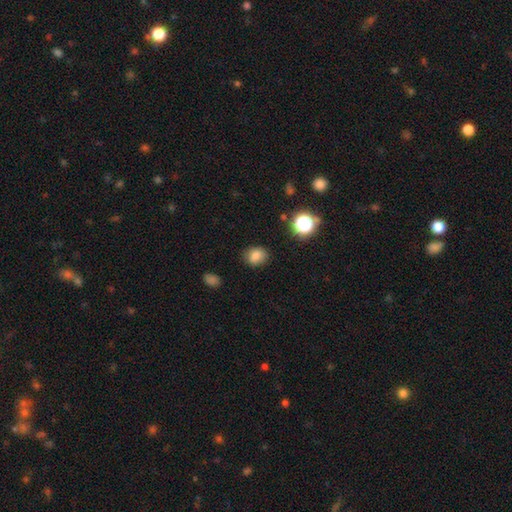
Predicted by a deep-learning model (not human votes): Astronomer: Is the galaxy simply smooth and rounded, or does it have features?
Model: smooth — 82%.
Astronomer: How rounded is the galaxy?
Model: in between — 50% (runner-up: round, 49%).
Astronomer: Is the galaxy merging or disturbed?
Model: none — 80%.